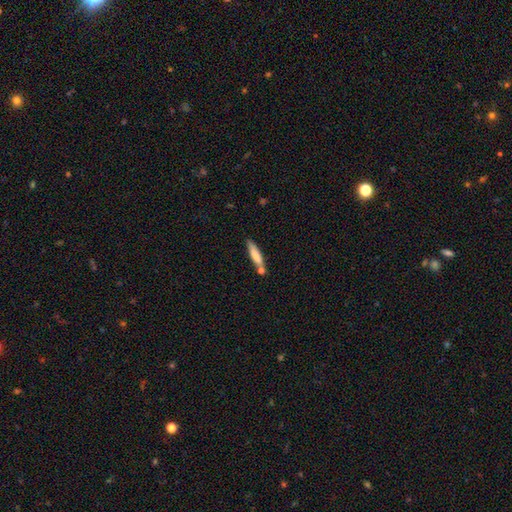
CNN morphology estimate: Smooth or featured?
  - smooth: 75% *
  - featured or disk: 19%
  - star or artifact: 6%
How rounded?
  - cigar-shaped: 80% *
  - in between: 18%
  - round: 2%
Merging?
  - none: 63% *
  - merger: 18%
  - minor disturbance: 16%
  - major disturbance: 4%